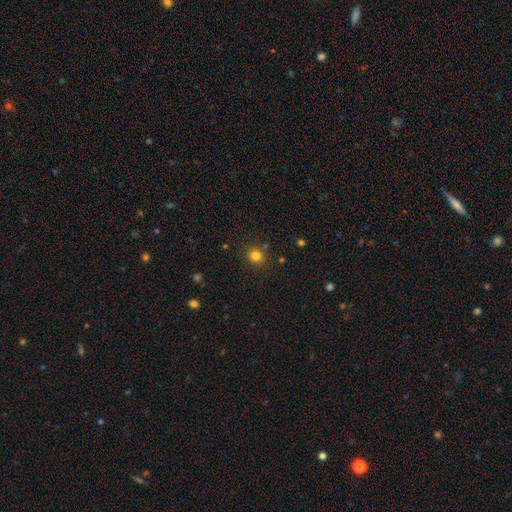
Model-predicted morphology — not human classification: Smooth or featured: smooth — 80% (star or artifact — 14%)
How rounded: round — 89% (in between — 10%)
Merging: none — 86% (minor disturbance — 8%)